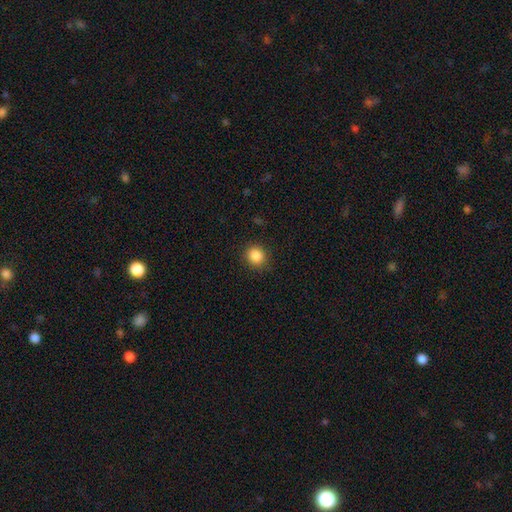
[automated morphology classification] A smooth galaxy with no disk features (86%) that is round (84%). Merging: none (88%).